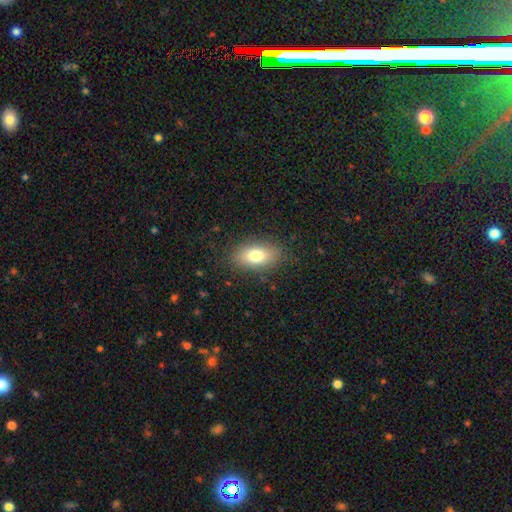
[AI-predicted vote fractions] Q: Smooth or featured?
A: smooth (77%); runner-up: featured or disk (14%)
Q: How rounded?
A: in between (88%); runner-up: round (8%)
Q: Merging?
A: none (84%); runner-up: minor disturbance (11%)